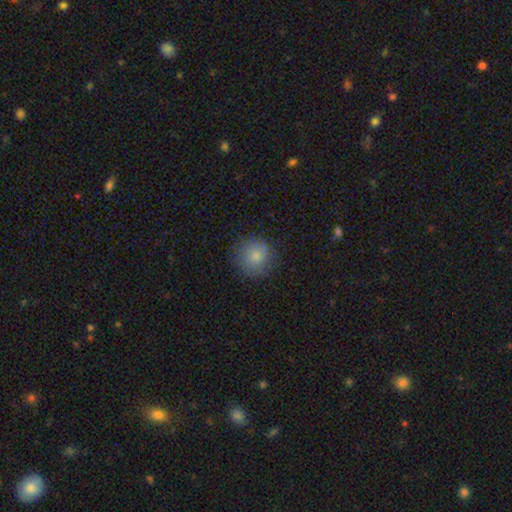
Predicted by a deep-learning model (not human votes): smooth-or-featured: smooth: 83% | star or artifact: 9% | featured or disk: 8%
  how-rounded: round: 91% | in between: 8% | cigar-shaped: 1%
  merging: none: 80% | minor disturbance: 14% | major disturbance: 5% | merger: 1%